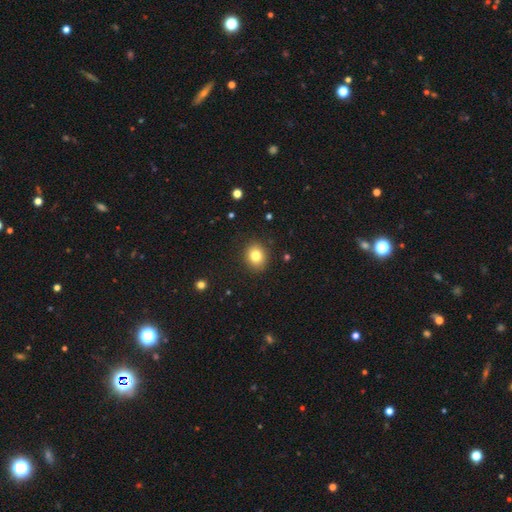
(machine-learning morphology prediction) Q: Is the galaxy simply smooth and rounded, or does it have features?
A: smooth — 81%.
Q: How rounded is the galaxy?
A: round — 64%.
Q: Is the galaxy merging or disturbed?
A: none — 89%.